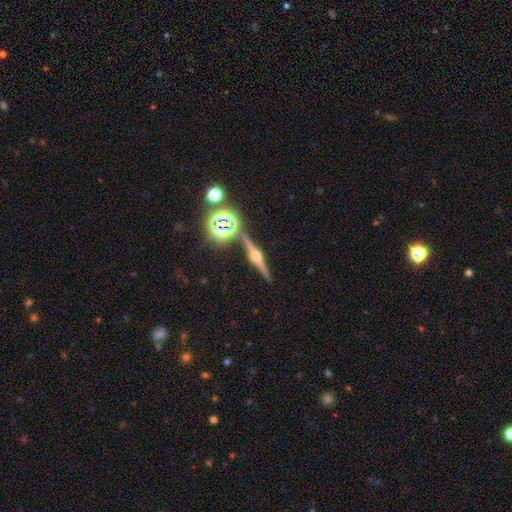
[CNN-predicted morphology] Smooth or featured: featured or disk — 78% (star or artifact — 13%)
Edge-on disk: yes — 98% (no — 2%)
Edge-on bulge: rounded — 95% (boxy — 3%)
Merging: none — 89% (minor disturbance — 6%)